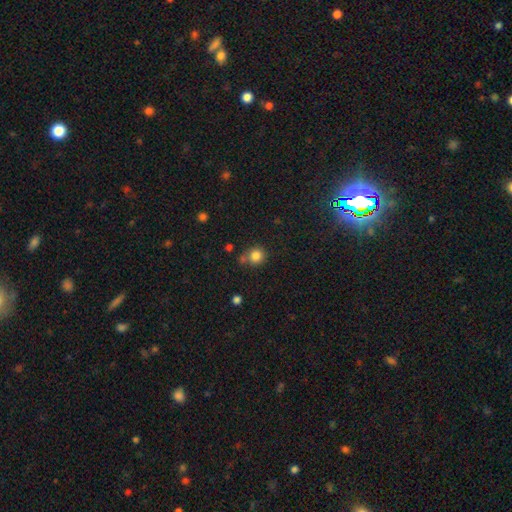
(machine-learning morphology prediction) The model was most divided on "merging": none: 65%, merger: 16%, minor disturbance: 15%, major disturbance: 5%. More confident: how rounded — round (90%); smooth or featured — smooth (83%).